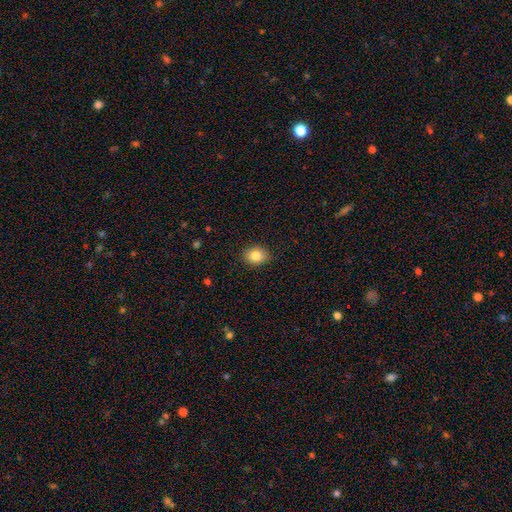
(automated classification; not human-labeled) Overall: smooth (84%). How rounded: round (51%; in between 48%). Merging: none (89%).